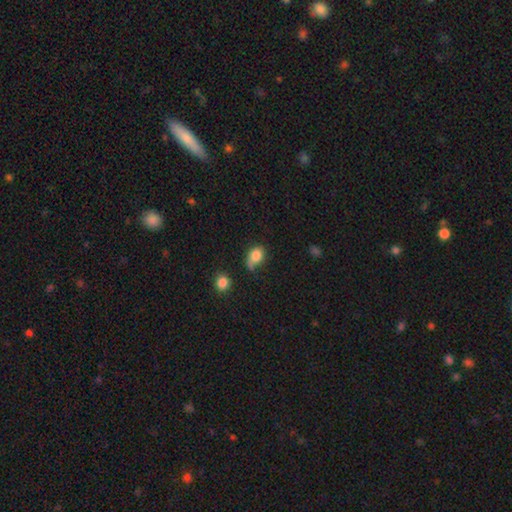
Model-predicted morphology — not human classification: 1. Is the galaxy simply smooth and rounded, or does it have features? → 82% smooth, 10% star or artifact, 9% featured or disk.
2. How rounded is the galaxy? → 62% in between, 37% round, 2% cigar-shaped.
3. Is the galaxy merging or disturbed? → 39% none, 33% minor disturbance, 17% major disturbance, 11% merger.